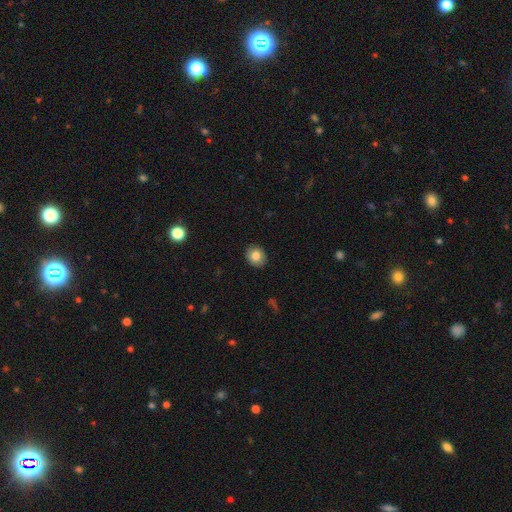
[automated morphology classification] This is clearly a smooth galaxy (83%). How rounded: likely round (66%). Merging: clearly none (90%).